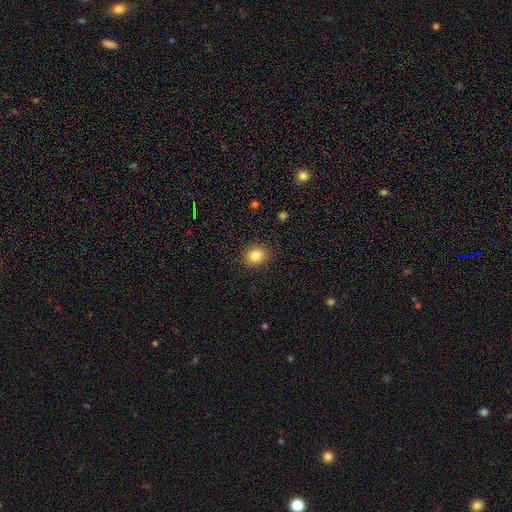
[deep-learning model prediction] A smooth galaxy with no disk features (83%) that is round (75%). Merging: none (88%).